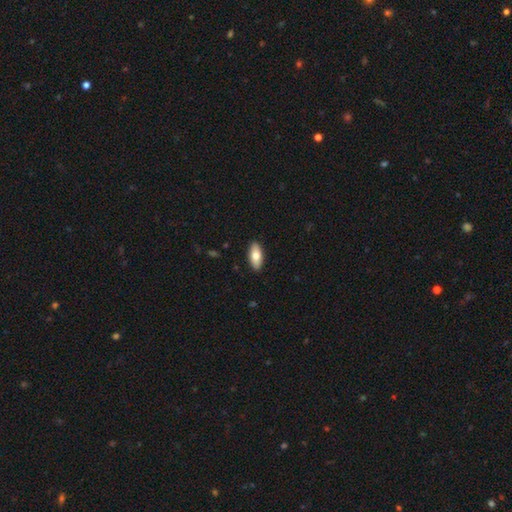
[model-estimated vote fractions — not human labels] Smooth or featured? smooth (77%)
How rounded? in between (86%)
Merging? none (90%)